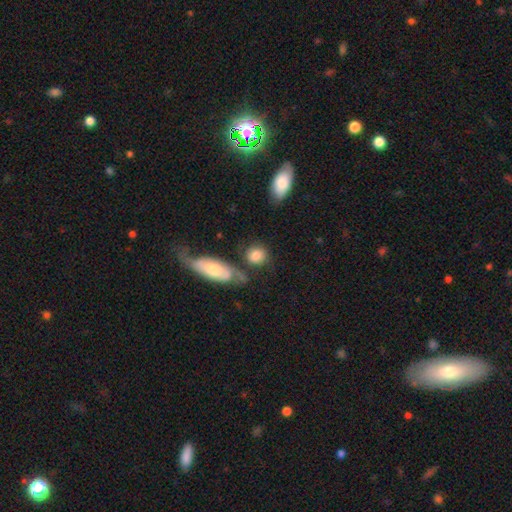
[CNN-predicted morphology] This appears to be a smooth galaxy with no disk features (79%) that is round (76%). Merging: none (59%).